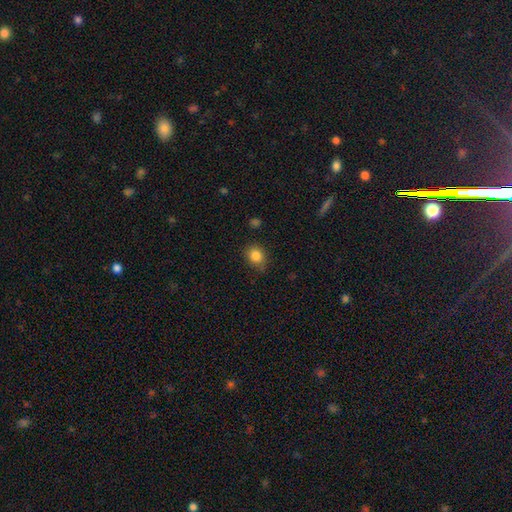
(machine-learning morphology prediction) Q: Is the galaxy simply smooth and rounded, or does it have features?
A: smooth — 84%.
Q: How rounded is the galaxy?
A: round — 61%.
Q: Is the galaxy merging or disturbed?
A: none — 73%.